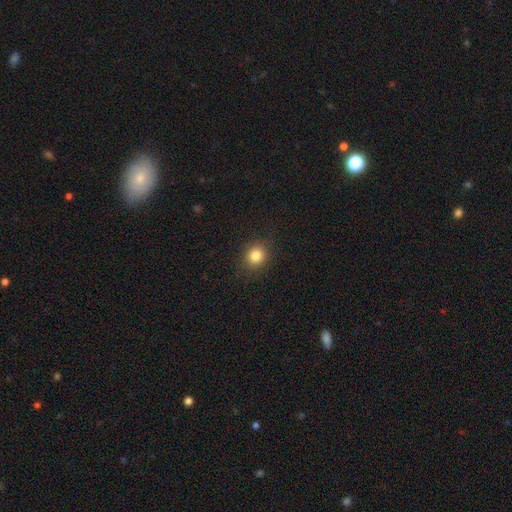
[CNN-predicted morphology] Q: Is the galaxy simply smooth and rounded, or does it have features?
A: smooth — 83%.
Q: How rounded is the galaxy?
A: round — 79%.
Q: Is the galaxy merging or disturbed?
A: none — 89%.